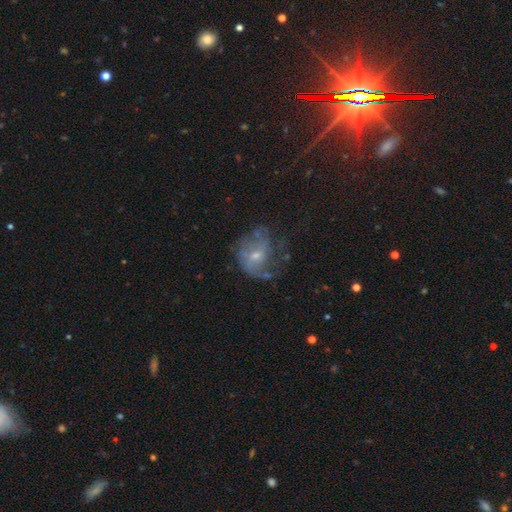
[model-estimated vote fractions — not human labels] featured or disk 64%, smooth 22%, star or artifact 14%. Down the decision tree: edge-on disk — no (97%); bar — no (64%); spiral arms — yes (71%); bulge size — small (60%); merging — none (43%).